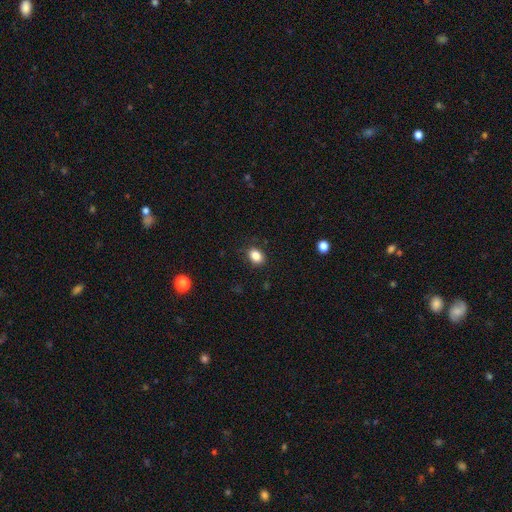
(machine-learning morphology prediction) smooth 86%, star or artifact 10%, featured or disk 4%. Down the decision tree: how rounded — in between (66%); merging — none (86%).